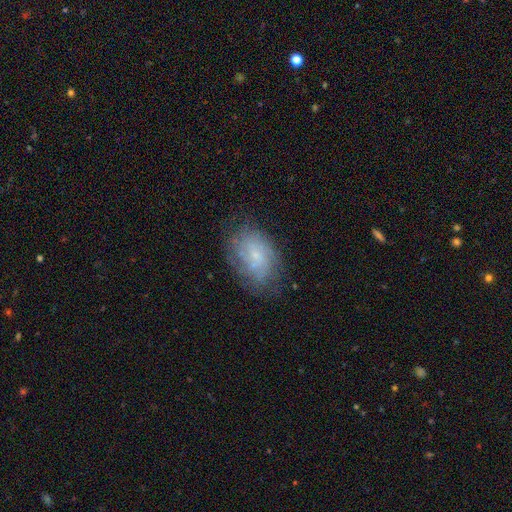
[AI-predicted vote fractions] The model was most divided on "smooth or featured": featured or disk: 53%, smooth: 37%, star or artifact: 10%. More confident: edge-on disk — no (96%); spiral arms — yes (77%); bulge size — small (74%); merging — none (70%); bar — no (68%).